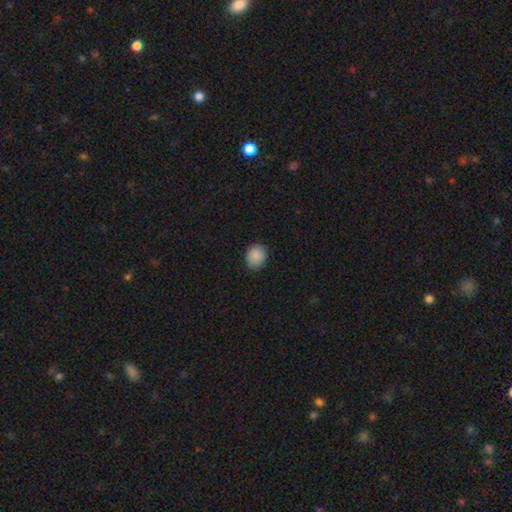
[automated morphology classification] Overall: smooth (88%). How rounded: round (56%; in between 43%). Merging: none (85%).